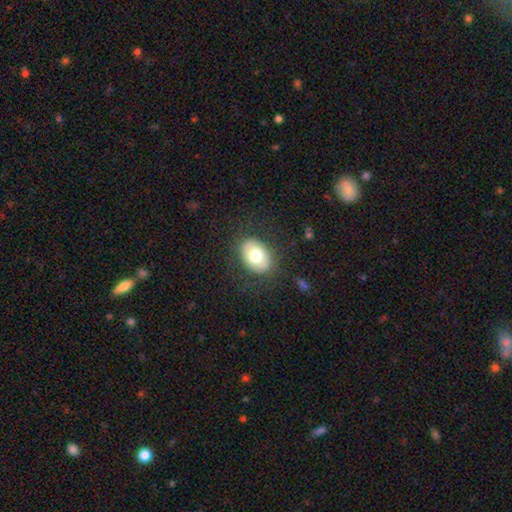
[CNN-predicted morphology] smooth_or_featured: smooth (p=0.71) [alt: featured or disk p=0.22]
how_rounded: in between (p=0.76) [alt: round p=0.23]
merging: none (p=0.80) [alt: minor disturbance p=0.13]